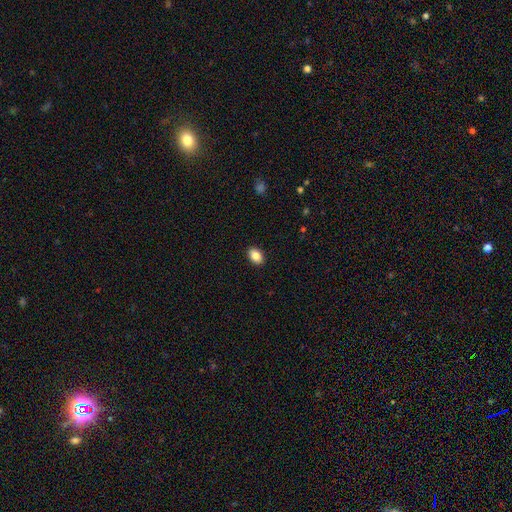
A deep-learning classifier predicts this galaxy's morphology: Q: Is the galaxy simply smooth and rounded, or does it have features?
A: smooth — 88%.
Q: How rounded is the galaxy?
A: in between — 83%.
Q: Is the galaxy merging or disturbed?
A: none — 90%.